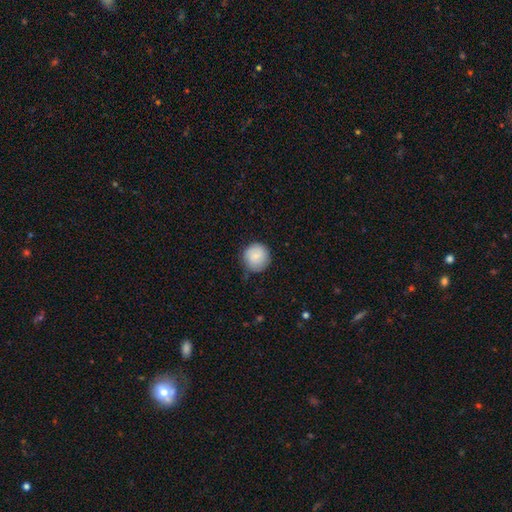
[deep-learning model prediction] This is clearly a smooth galaxy (82%). How rounded: clearly round (94%). Merging: likely none (78%).